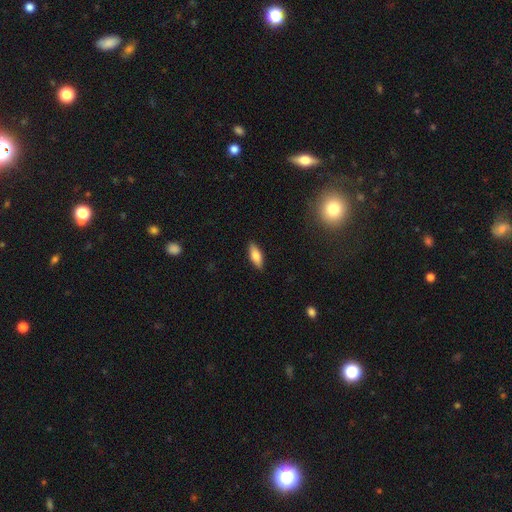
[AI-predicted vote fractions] smooth_or_featured: smooth (p=0.75) [alt: featured or disk p=0.18]
how_rounded: in between (p=0.70) [alt: cigar-shaped p=0.28]
merging: none (p=0.89) [alt: minor disturbance p=0.08]